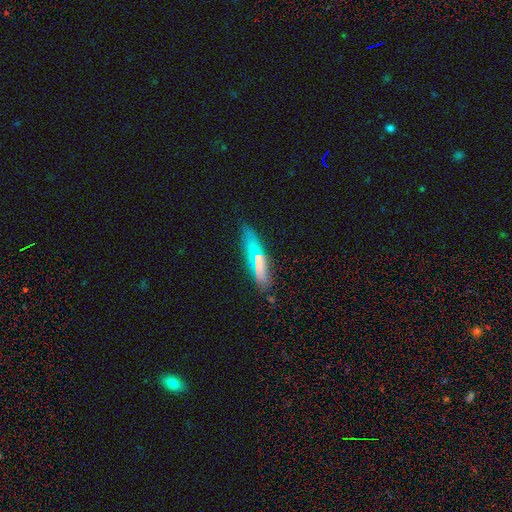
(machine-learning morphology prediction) Smooth or featured? Predicted: smooth (p=0.55). How rounded? Predicted: cigar-shaped (p=0.76). Merging? Predicted: none (p=0.82).